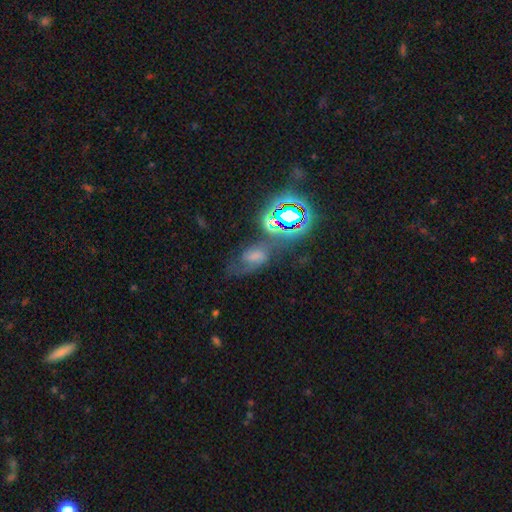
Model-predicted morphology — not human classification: smooth_or_featured: featured or disk (p=0.38) [alt: smooth p=0.35]
merging: none (p=0.39) [alt: major disturbance p=0.26]